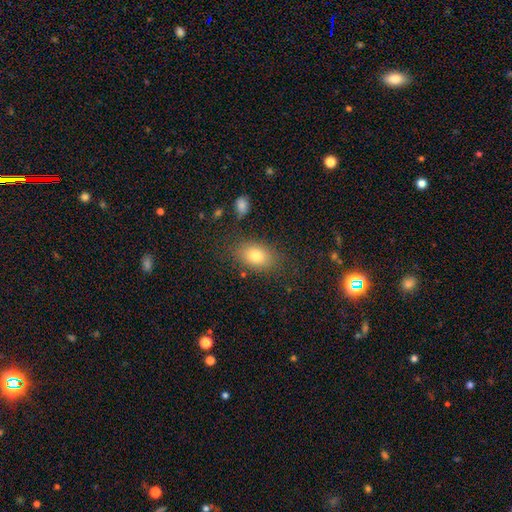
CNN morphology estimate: Smooth or featured?
  - smooth: 79% *
  - featured or disk: 11%
  - star or artifact: 10%
How rounded?
  - in between: 84% *
  - round: 14%
  - cigar-shaped: 2%
Merging?
  - none: 81% *
  - minor disturbance: 12%
  - major disturbance: 4%
  - merger: 3%